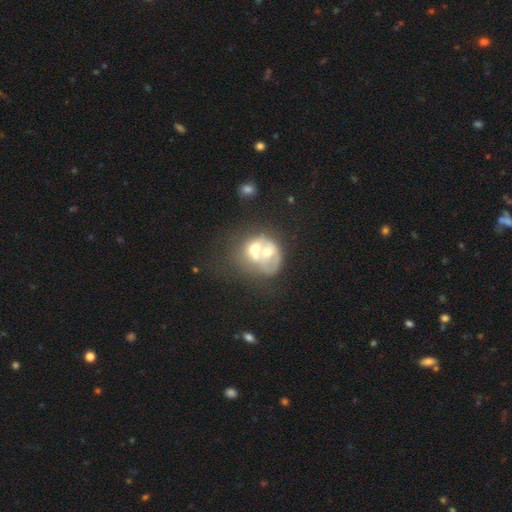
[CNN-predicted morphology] Smooth or featured? Predicted: featured or disk (p=0.53). Edge-on disk? Predicted: no (p=0.97). Bar? Predicted: no (p=0.90). Spiral arms? Predicted: no (p=0.88). Bulge size? Predicted: moderate (p=0.62). Merging? Predicted: merger (p=0.69).